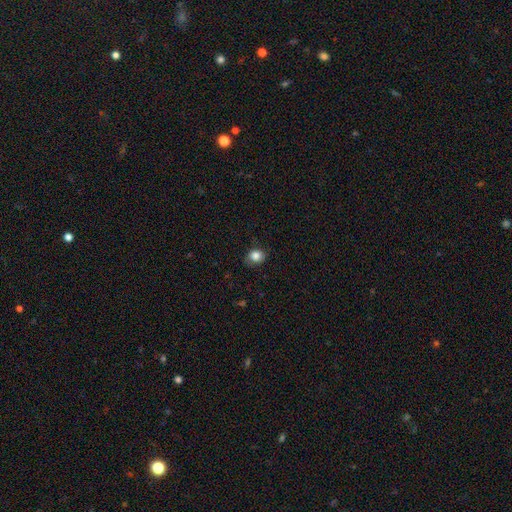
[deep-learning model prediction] A smooth galaxy with no disk features (84%) that is round (60%). Merging: none (77%).